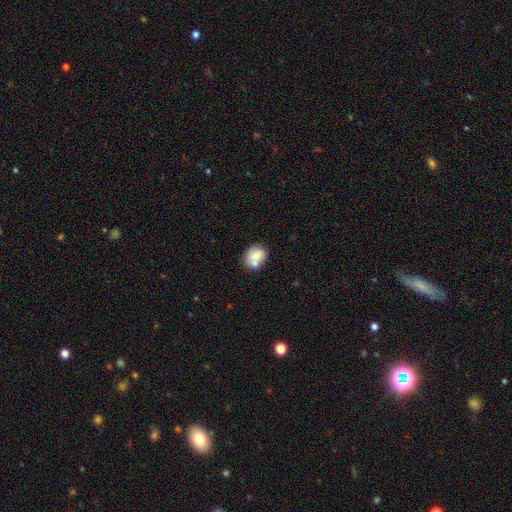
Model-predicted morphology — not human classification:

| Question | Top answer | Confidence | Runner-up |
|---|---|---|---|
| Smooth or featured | smooth | 67% | featured or disk (25%) |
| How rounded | round | 57% | in between (42%) |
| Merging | none | 49% | merger (32%) |